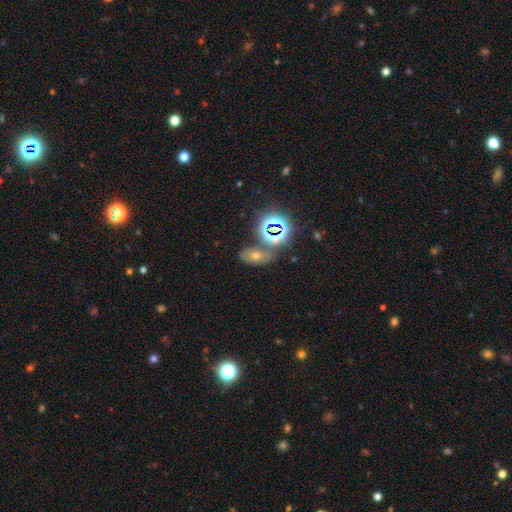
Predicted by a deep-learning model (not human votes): This appears to be a star or artifact, not a galaxy (47%).